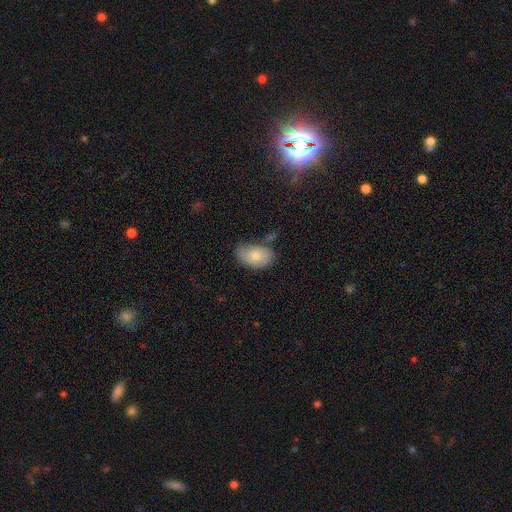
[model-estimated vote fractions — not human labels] A smooth galaxy with no disk features (74%) that is in between round and cigar-shaped (90%). Merging: none (56%).